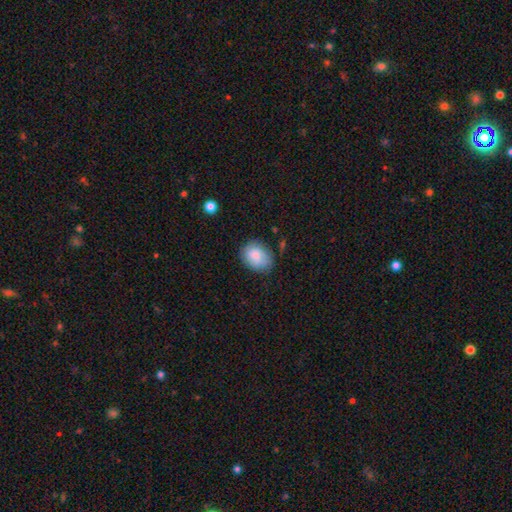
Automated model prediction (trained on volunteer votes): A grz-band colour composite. It shows a smooth galaxy with no disk features (81%) that is in between round and cigar-shaped (52%). Merging: none (68%).